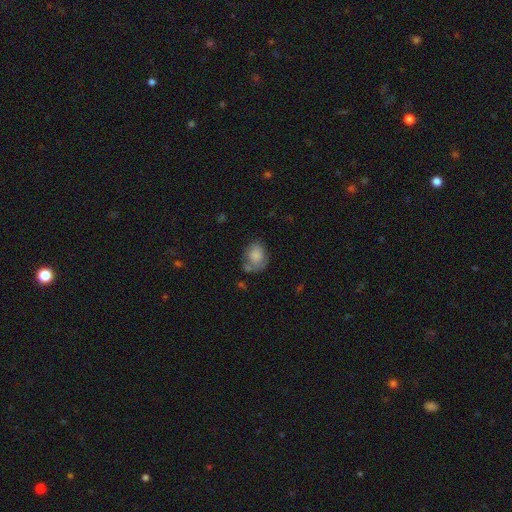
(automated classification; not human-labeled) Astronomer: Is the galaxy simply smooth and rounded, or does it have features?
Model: smooth — 77%.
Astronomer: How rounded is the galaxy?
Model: in between — 57% (runner-up: round, 42%).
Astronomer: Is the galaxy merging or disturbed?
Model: none — 48% (runner-up: minor disturbance, 26%).